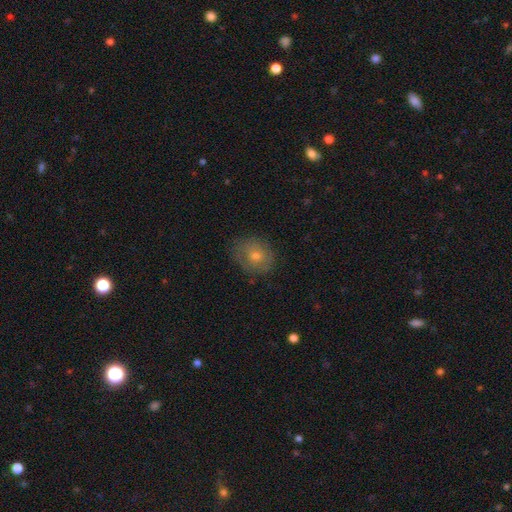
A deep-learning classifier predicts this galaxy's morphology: Smooth or featured: smooth — 53% (featured or disk — 35%)
How rounded: round — 62% (in between — 37%)
Merging: none — 75% (minor disturbance — 18%)